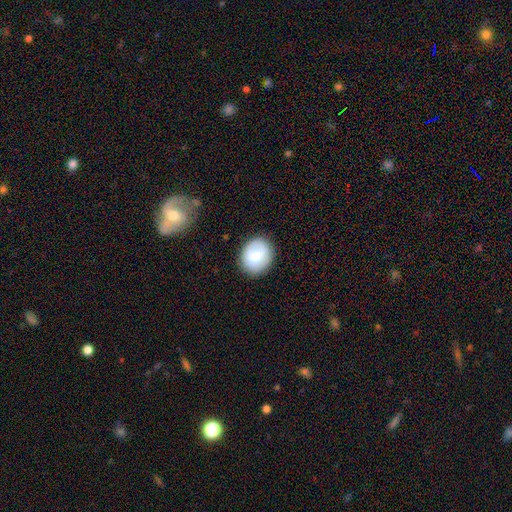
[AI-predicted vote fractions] A smooth galaxy with no disk features (76%) that is round (67%). Merging: none (84%).